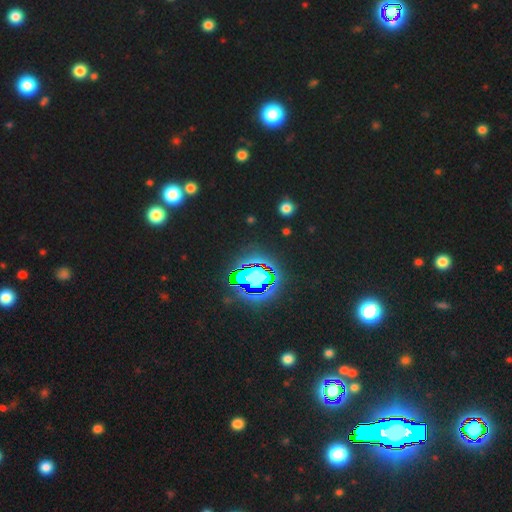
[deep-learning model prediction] Overall: star or artifact (83%).